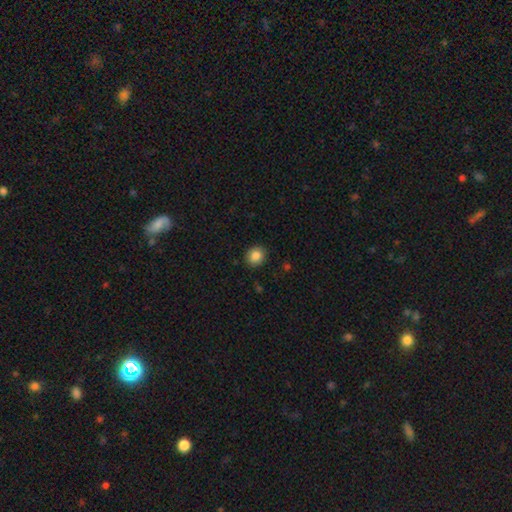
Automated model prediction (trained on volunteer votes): Overall: smooth (86%). How rounded: round (72%). Merging: none (90%).